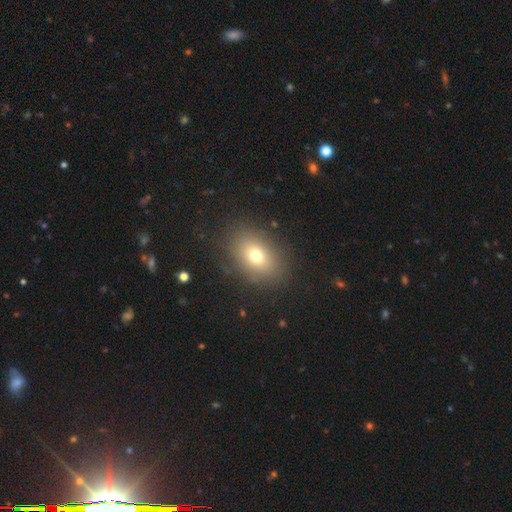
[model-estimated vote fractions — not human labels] Smooth or featured? Predicted: smooth (p=0.72). How rounded? Predicted: in between (p=0.69). Merging? Predicted: none (p=0.83).